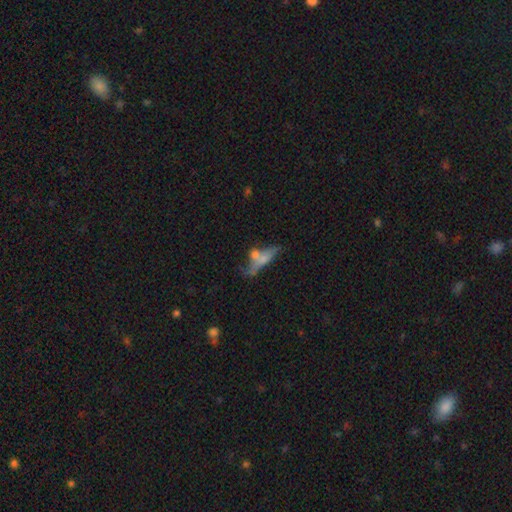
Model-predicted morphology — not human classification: The model was most divided on "merging": merger: 36%, none: 33%, minor disturbance: 16%, major disturbance: 15%. More confident: how rounded — cigar-shaped (58%); smooth or featured — smooth (50%).